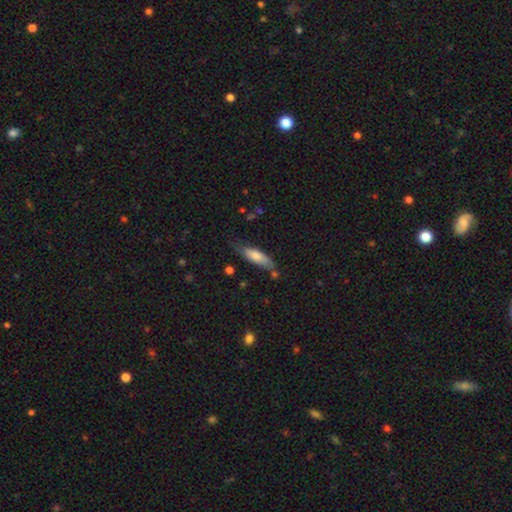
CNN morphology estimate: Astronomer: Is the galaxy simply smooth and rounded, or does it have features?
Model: smooth — 73%.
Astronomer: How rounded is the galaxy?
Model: cigar-shaped — 51% (runner-up: in between, 47%).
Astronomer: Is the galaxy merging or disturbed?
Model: none — 62%.